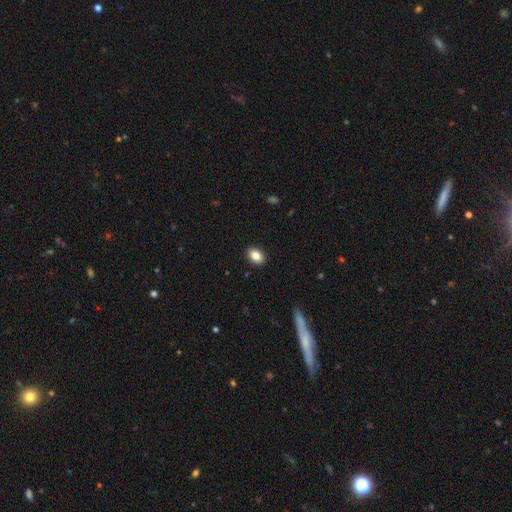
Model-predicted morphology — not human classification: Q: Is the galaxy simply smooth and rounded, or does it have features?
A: smooth — 86%.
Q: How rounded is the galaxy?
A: in between — 83%.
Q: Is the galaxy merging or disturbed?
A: none — 90%.